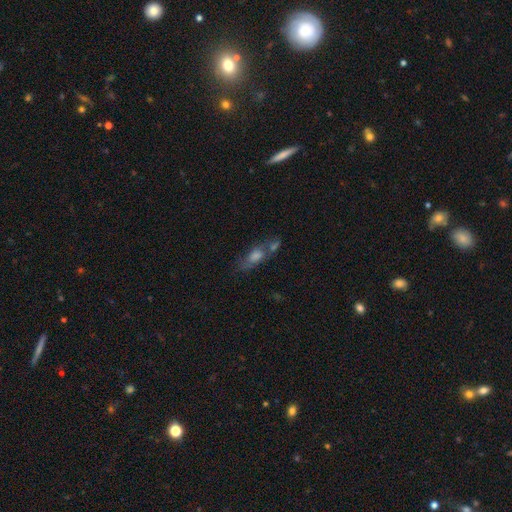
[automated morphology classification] Smooth or featured?
  - featured or disk: 42% * (tied)
  - smooth: 42% * (tied)
  - star or artifact: 16%
Merging?
  - none: 47% *
  - merger: 27%
  - minor disturbance: 16%
  - major disturbance: 10%